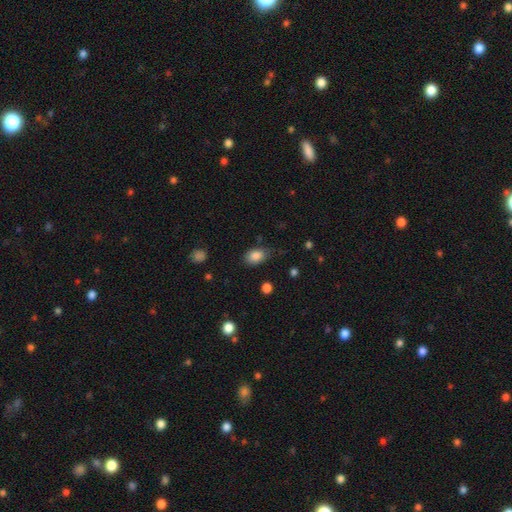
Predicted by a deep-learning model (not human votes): This appears to be a smooth galaxy with no disk features (86%) that is in between round and cigar-shaped (82%). Merging: none (71%).